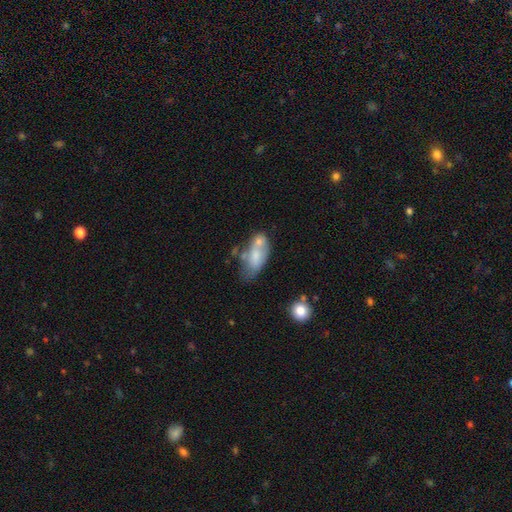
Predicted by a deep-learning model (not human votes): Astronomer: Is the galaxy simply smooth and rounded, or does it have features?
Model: smooth — 65%.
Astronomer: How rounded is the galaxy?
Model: in between — 88%.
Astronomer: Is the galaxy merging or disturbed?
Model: merger — 32% (runner-up: none, 30%).